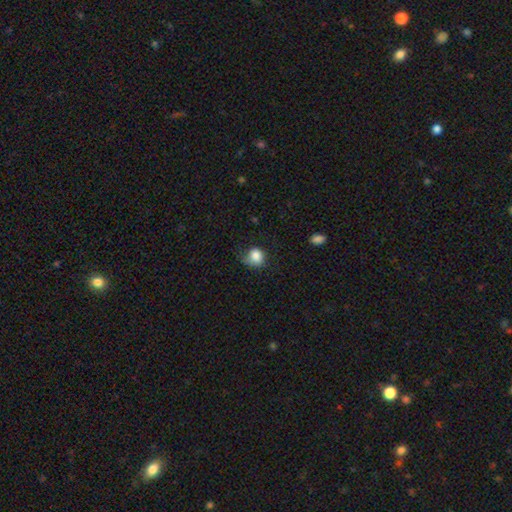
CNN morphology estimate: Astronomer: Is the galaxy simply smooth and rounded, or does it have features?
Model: smooth — 84%.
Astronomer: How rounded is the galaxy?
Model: round — 69%.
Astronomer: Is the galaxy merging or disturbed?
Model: none — 49% (runner-up: minor disturbance, 34%).